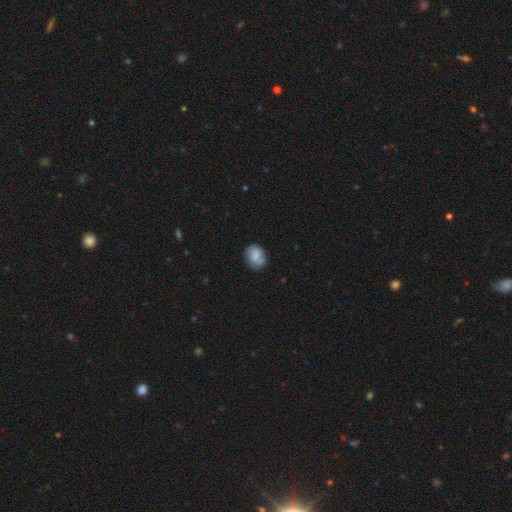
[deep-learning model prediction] smooth-or-featured: smooth: 71% | featured or disk: 21% | star or artifact: 8%
  how-rounded: in between: 51% | round: 48% | cigar-shaped: 1%
  merging: none: 63% | minor disturbance: 24% | major disturbance: 7% | merger: 6%